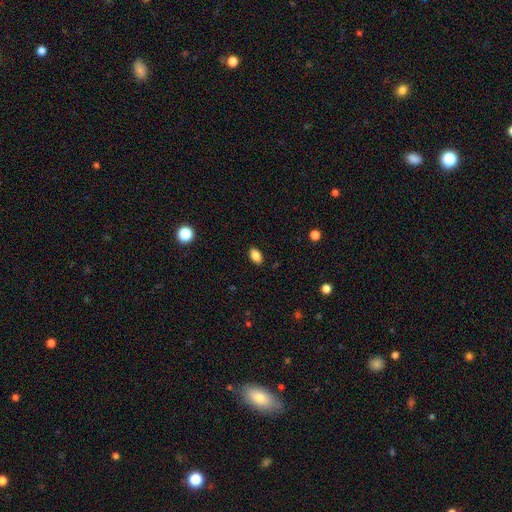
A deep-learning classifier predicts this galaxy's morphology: smooth 86%, star or artifact 9%, featured or disk 5%. Down the decision tree: how rounded — in between (90%); merging — none (89%).